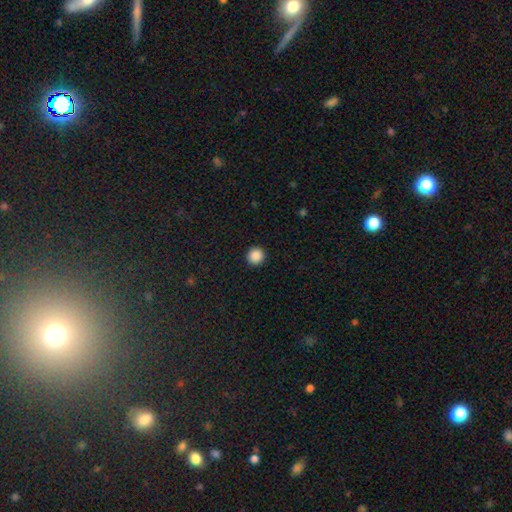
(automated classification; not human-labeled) A smooth galaxy with no disk features (88%) that is round (95%).

Vote fractions:
- Smooth or featured? smooth: 88% / star or artifact: 10% / featured or disk: 2%
- How rounded? round: 95% / in between: 4% / cigar-shaped: 1%
- Merging? none: 93% / minor disturbance: 4% / major disturbance: 2% / merger: 1%